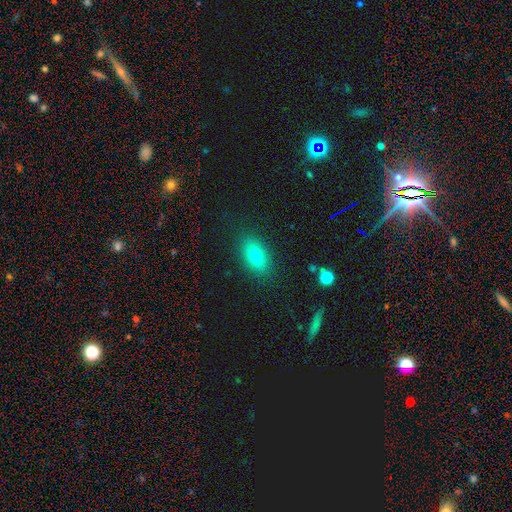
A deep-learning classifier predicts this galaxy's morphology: smooth-or-featured: smooth: 75% | featured or disk: 14% | star or artifact: 11%
  how-rounded: in between: 86% | round: 9% | cigar-shaped: 5%
  merging: none: 87% | minor disturbance: 9% | major disturbance: 3% | merger: 1%